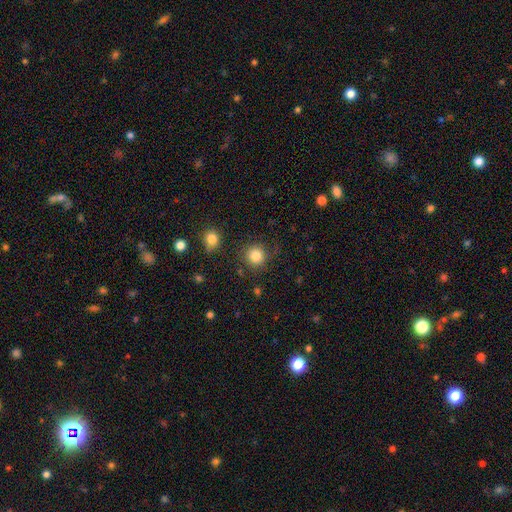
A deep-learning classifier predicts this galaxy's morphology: The model was most divided on "merging": none: 83%, minor disturbance: 10%, major disturbance: 4%, merger: 3%. More confident: how rounded — round (92%); smooth or featured — smooth (84%).